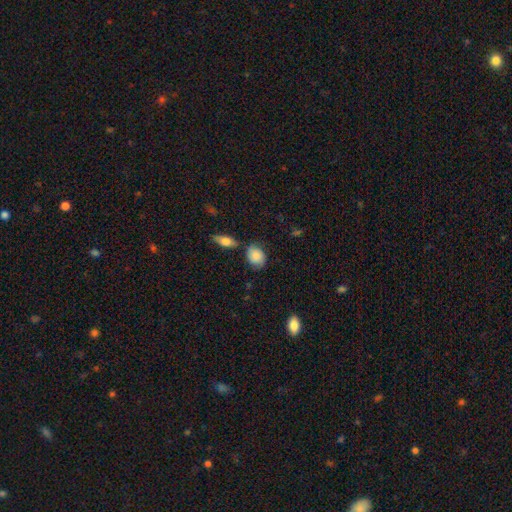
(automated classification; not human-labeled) A smooth galaxy with no disk features (83%) that is in between round and cigar-shaped (59%).

Vote fractions:
- Smooth or featured? smooth: 83% / featured or disk: 10% / star or artifact: 7%
- How rounded? in between: 59% / round: 39% / cigar-shaped: 2%
- Merging? none: 67% / minor disturbance: 22% / merger: 7% / major disturbance: 4%